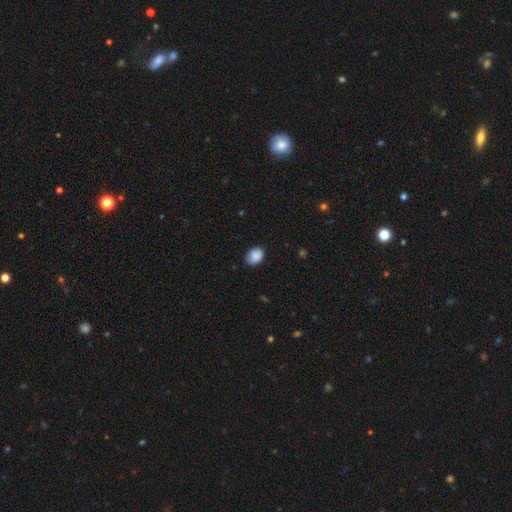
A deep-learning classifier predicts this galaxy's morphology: Overall: smooth (87%). How rounded: in between (56%; round 43%). Merging: none (73%).